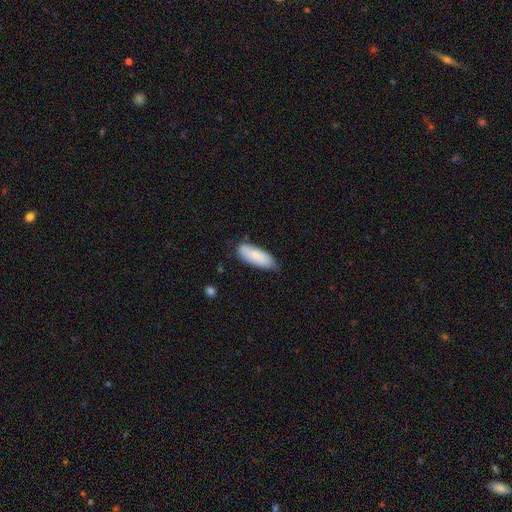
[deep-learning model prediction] smooth_or_featured: smooth (p=0.84) [alt: featured or disk p=0.10]
how_rounded: in between (p=0.73) [alt: cigar-shaped p=0.25]
merging: none (p=0.67) [alt: minor disturbance p=0.27]